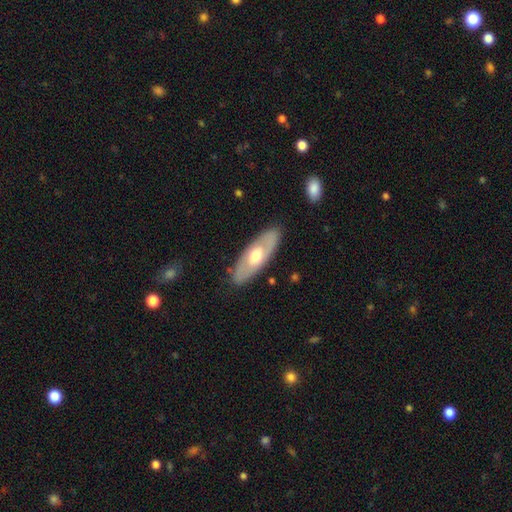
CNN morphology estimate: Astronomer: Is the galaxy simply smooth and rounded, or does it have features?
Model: featured or disk — 52% (runner-up: smooth, 43%).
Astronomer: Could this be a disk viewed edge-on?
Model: no — 72%.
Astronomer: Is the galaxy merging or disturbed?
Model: none — 86%.